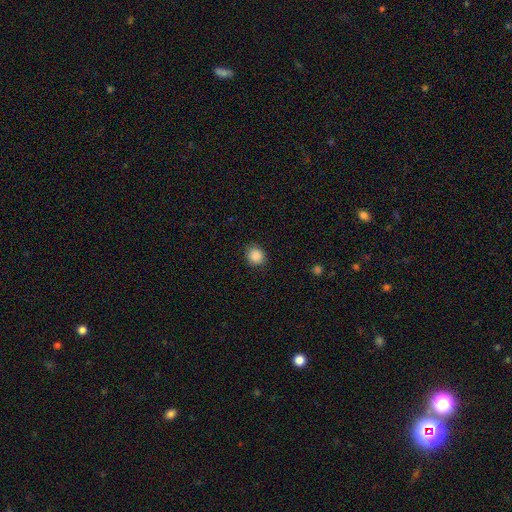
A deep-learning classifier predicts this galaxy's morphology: A smooth galaxy with no disk features (88%) that is round (78%).

Vote fractions:
- Smooth or featured? smooth: 88% / star or artifact: 9% / featured or disk: 3%
- How rounded? round: 78% / in between: 21% / cigar-shaped: 1%
- Merging? none: 87% / minor disturbance: 10% / major disturbance: 2% / merger: 1%